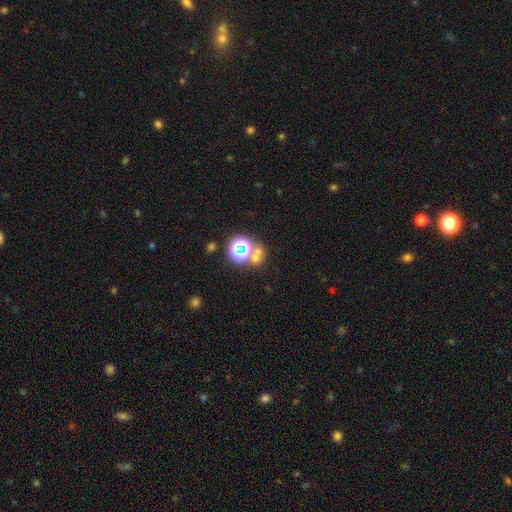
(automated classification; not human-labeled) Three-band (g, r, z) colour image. It shows a star or artifact, not a galaxy (44%).